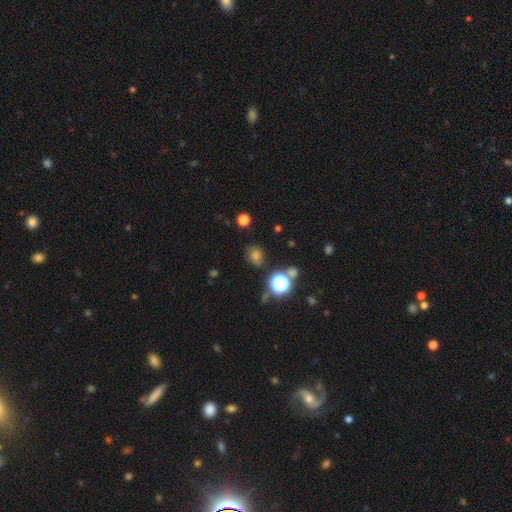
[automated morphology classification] The model was most divided on "smooth or featured": smooth: 57%, star or artifact: 36%, featured or disk: 7%. More confident: merging — none (82%); how rounded — round (76%).